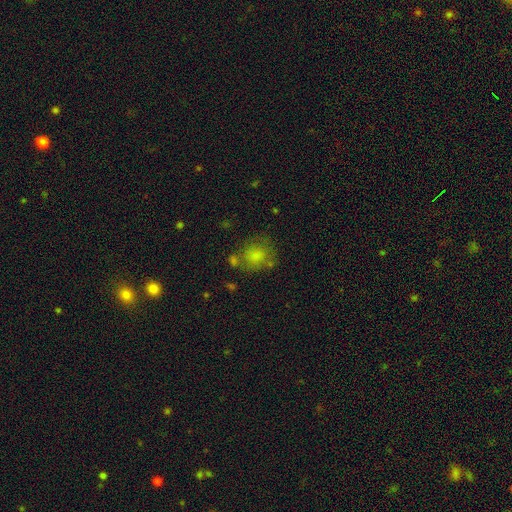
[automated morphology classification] The model was most divided on "smooth or featured": smooth: 63%, star or artifact: 19%, featured or disk: 17%. More confident: how rounded — round (76%); merging — none (64%).